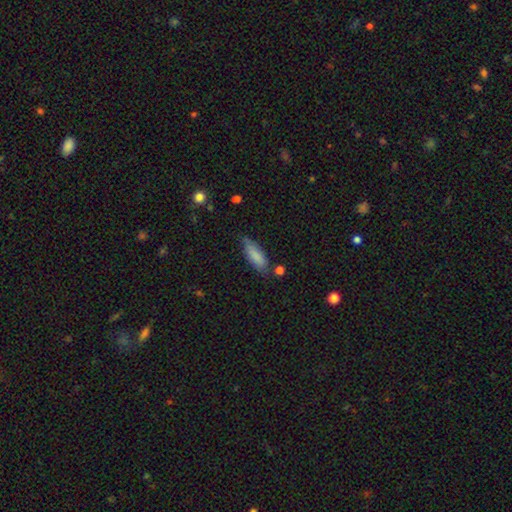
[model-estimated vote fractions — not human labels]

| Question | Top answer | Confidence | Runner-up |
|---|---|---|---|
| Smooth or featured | smooth | 83% | featured or disk (10%) |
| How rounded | in between | 59% | cigar-shaped (39%) |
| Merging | none | 65% | minor disturbance (26%) |